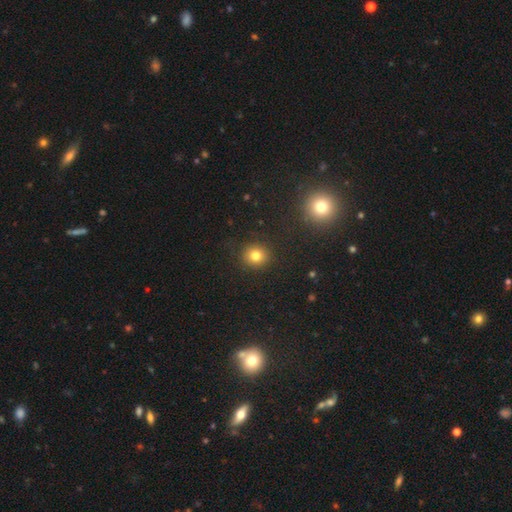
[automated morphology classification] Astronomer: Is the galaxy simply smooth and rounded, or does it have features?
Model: smooth — 78%.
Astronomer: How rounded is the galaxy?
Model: round — 88%.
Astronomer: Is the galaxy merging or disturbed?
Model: none — 90%.